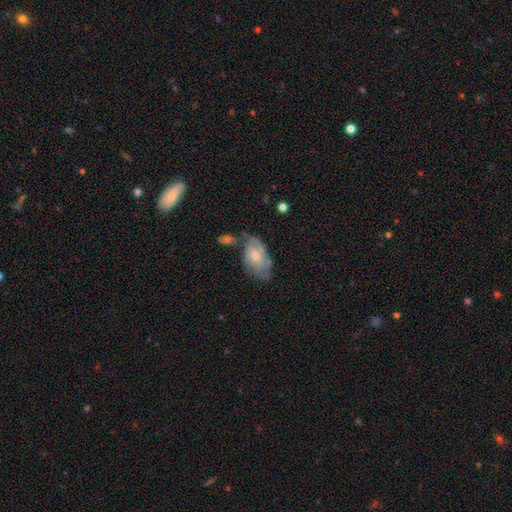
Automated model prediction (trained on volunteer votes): The model was most divided on "merging": none: 41%, minor disturbance: 29%, major disturbance: 15%, merger: 15%. More confident: how rounded — in between (92%); smooth or featured — smooth (53%).